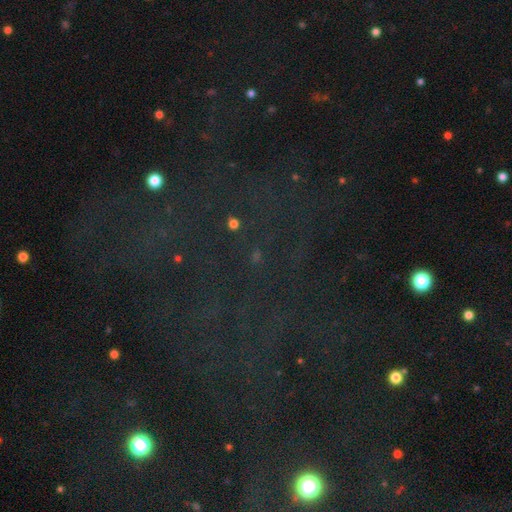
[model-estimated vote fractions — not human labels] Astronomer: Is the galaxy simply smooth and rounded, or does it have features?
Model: star or artifact — 69%.